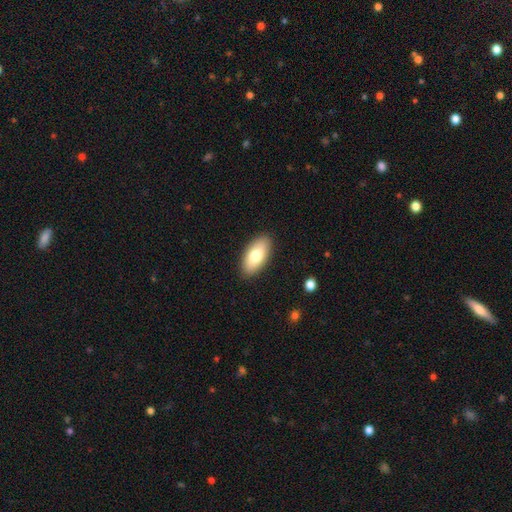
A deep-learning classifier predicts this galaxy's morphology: smooth 78%, featured or disk 16%, star or artifact 6%. Down the decision tree: how rounded — in between (92%); merging — none (89%).